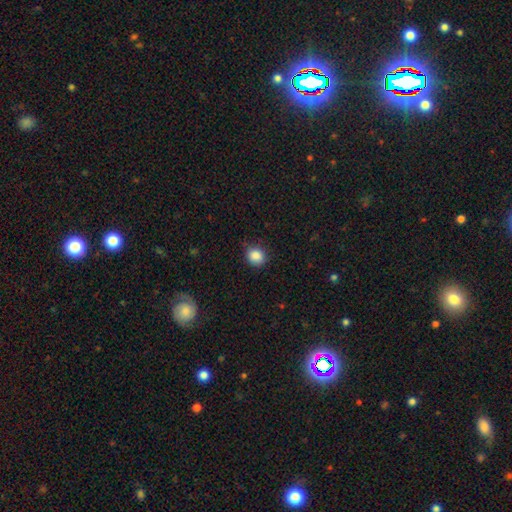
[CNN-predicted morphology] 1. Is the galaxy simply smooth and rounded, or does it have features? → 87% smooth, 9% star or artifact, 4% featured or disk.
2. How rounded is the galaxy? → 80% round, 19% in between, 1% cigar-shaped.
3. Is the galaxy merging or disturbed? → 83% none, 14% minor disturbance, 3% major disturbance, 1% merger.